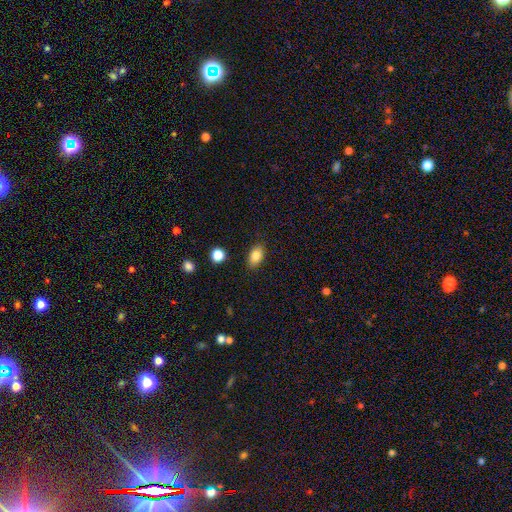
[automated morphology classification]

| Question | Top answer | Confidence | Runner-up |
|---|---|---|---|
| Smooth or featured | smooth | 85% | star or artifact (9%) |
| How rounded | in between | 88% | round (10%) |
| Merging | none | 85% | minor disturbance (10%) |